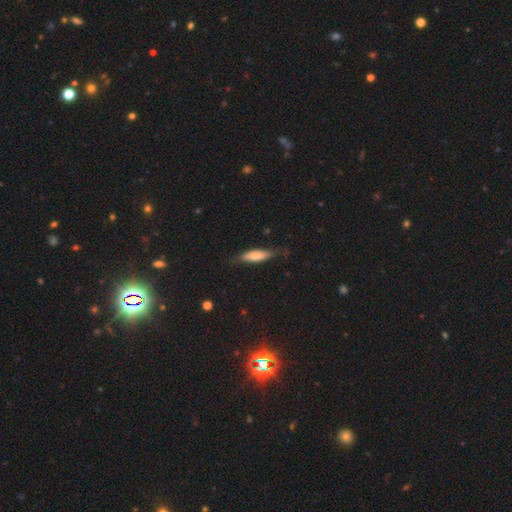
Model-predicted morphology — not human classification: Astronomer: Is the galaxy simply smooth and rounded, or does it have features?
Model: smooth — 70%.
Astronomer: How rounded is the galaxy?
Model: cigar-shaped — 59% (runner-up: in between, 39%).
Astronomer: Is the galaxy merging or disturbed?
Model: none — 69%.